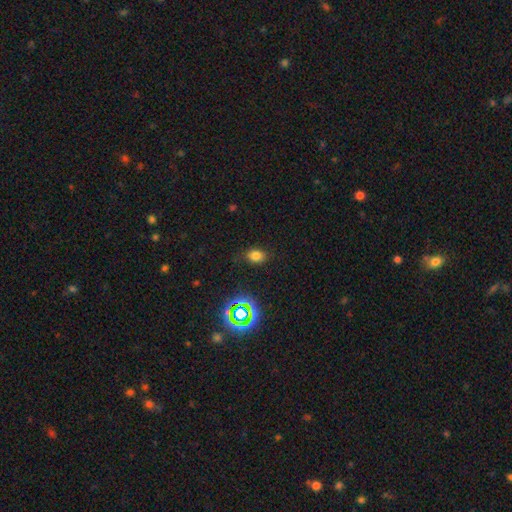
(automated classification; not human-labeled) The model was most divided on "how rounded": in between: 68%, round: 31%, cigar-shaped: 1%. More confident: merging — none (81%); smooth or featured — smooth (74%).